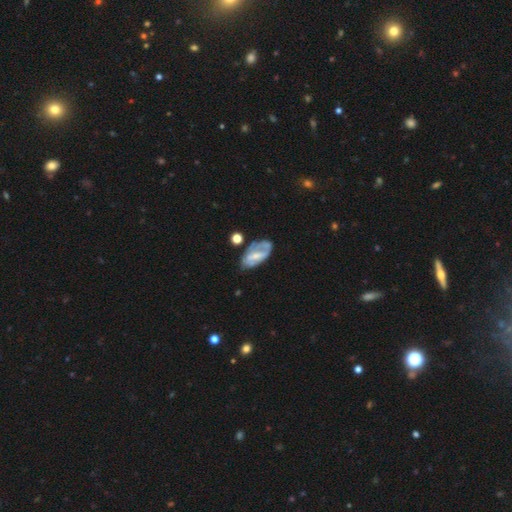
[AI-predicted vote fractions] Smooth or featured? Predicted: featured or disk (p=0.56). Edge-on disk? Predicted: no (p=0.92). Bar? Predicted: no (p=0.40). Spiral arms? Predicted: no (p=0.51). Bulge size? Predicted: small (p=0.45). Merging? Predicted: none (p=0.43).